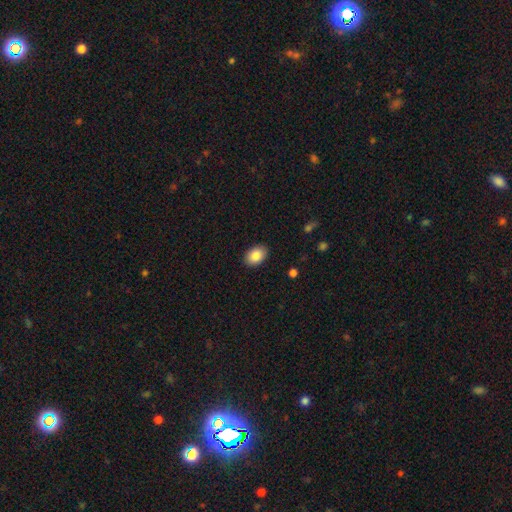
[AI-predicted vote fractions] smooth-or-featured: smooth: 87% | star or artifact: 7% | featured or disk: 6%
  how-rounded: in between: 85% | round: 14% | cigar-shaped: 1%
  merging: none: 89% | minor disturbance: 8% | major disturbance: 2% | merger: 1%